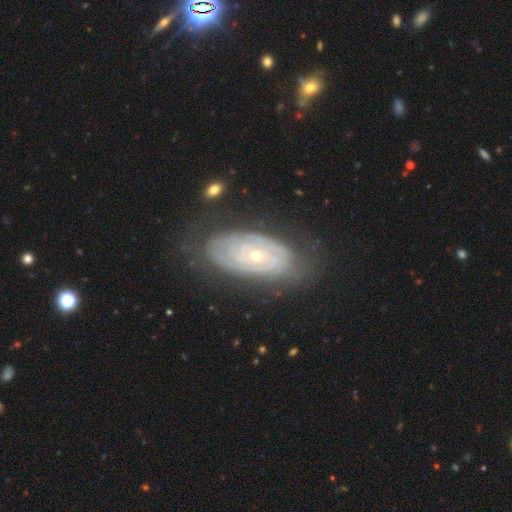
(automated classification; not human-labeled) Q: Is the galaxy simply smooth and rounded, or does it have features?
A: featured or disk — 80%.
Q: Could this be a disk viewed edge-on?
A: no — 93%.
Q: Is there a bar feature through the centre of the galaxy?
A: no — 79%.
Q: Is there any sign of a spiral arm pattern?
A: yes — 82%.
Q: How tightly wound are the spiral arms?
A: tight — 81%.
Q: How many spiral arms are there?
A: can't tell — 53%.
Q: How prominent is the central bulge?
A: small — 69%.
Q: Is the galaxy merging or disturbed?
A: none — 74%.